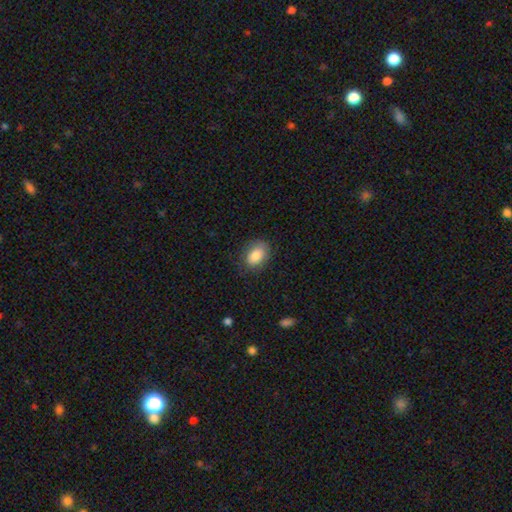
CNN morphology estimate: Smooth or featured?
  - smooth: 84% *
  - featured or disk: 8%
  - star or artifact: 8%
How rounded?
  - in between: 82% *
  - round: 16%
  - cigar-shaped: 1%
Merging?
  - none: 78% *
  - minor disturbance: 17%
  - major disturbance: 5%
  - merger: 1%